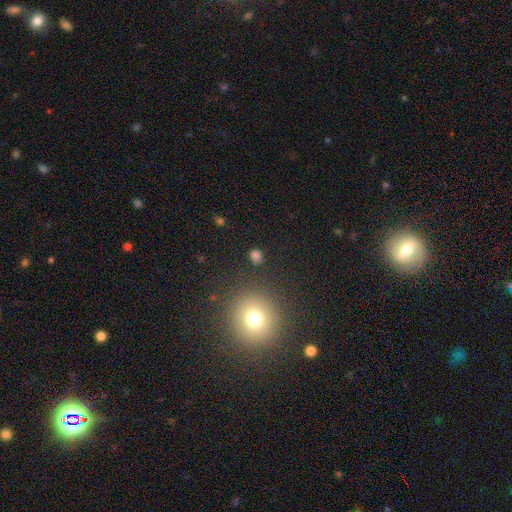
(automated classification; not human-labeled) Smooth or featured? smooth (77%)
How rounded? round (66%)
Merging? none (85%)